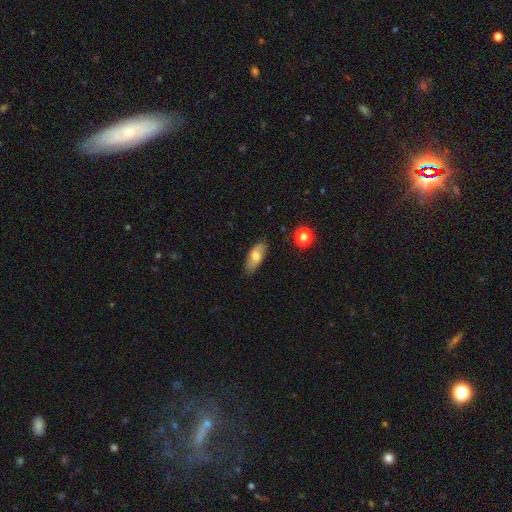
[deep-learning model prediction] A smooth galaxy with no disk features (66%) that is in between round and cigar-shaped (81%). Merging: none (81%).